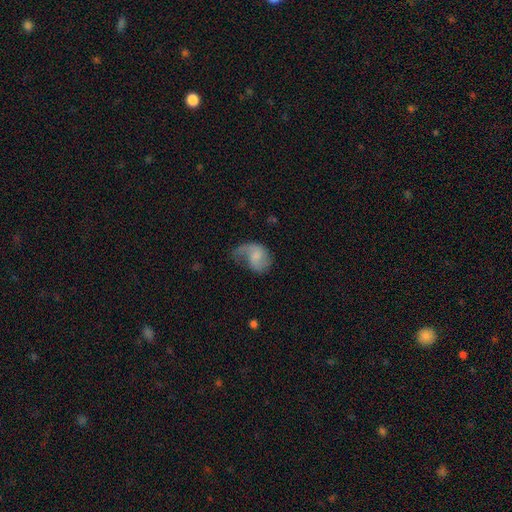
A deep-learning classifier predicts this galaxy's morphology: Overall: featured or disk (51%; smooth 41%). Edge-on disk: no (98%). Merging: major disturbance (41%; minor disturbance 28%).